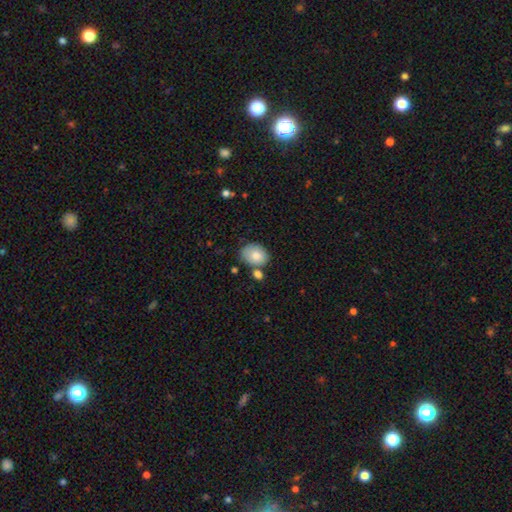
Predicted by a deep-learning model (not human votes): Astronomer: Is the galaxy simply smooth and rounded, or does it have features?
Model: smooth — 81%.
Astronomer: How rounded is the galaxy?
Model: in between — 63%.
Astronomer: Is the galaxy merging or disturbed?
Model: none — 60%.